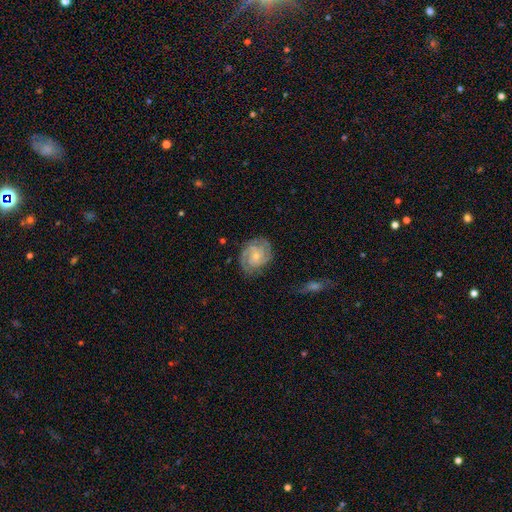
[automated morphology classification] A featured or disk galaxy (81%) with no bar (63%), 2 (39%) tight (62%) spiral arms (96%) and a small central bulge (69%). Merging: none (74%).